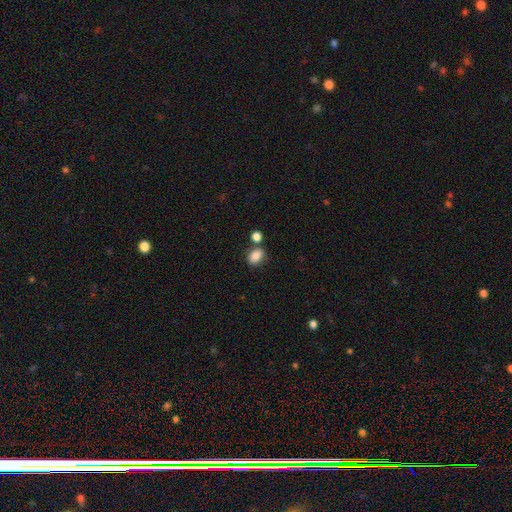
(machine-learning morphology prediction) Smooth or featured? Predicted: smooth (p=0.85). How rounded? Predicted: in between (p=0.69). Merging? Predicted: none (p=0.64).